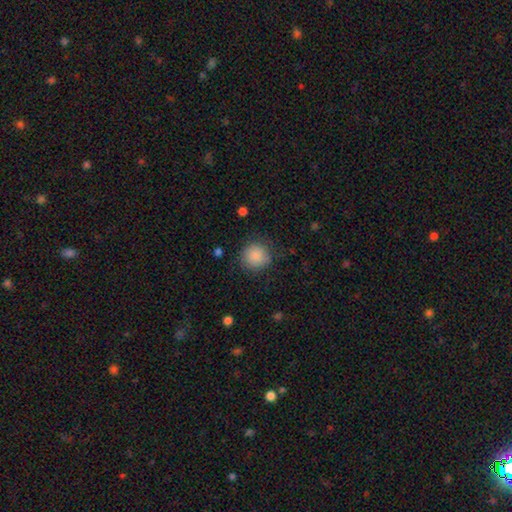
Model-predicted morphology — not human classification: smooth_or_featured: smooth (p=0.87) [alt: star or artifact p=0.08]
how_rounded: round (p=0.91) [alt: in between p=0.08]
merging: none (p=0.81) [alt: minor disturbance p=0.12]